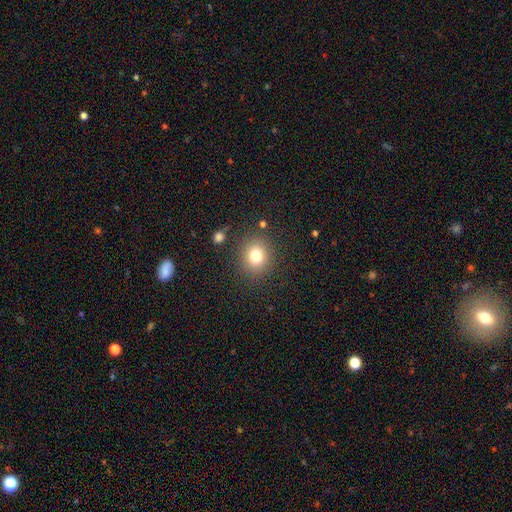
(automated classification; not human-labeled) Q: Smooth or featured?
A: smooth (78%); runner-up: star or artifact (13%)
Q: How rounded?
A: round (80%); runner-up: in between (19%)
Q: Merging?
A: none (86%); runner-up: minor disturbance (8%)